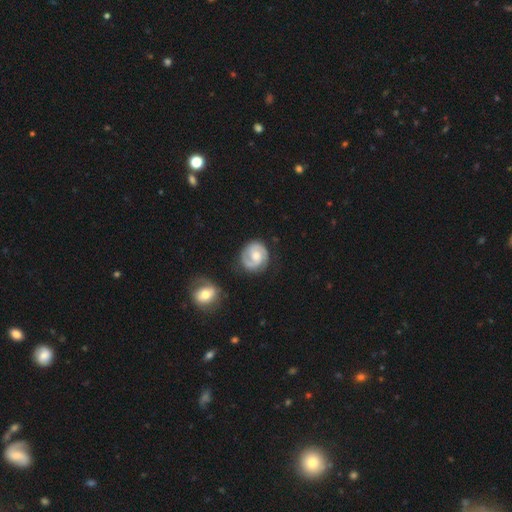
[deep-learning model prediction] Overall: featured or disk (81%). Edge-on disk: no (98%). Bar: no (52%; weak 39%). Spiral arms: yes (96%). Spiral arm count: 2 (87%). Spiral winding: tight (56%; medium 36%). Bulge size: moderate (58%; small 21%). Merging: none (80%).